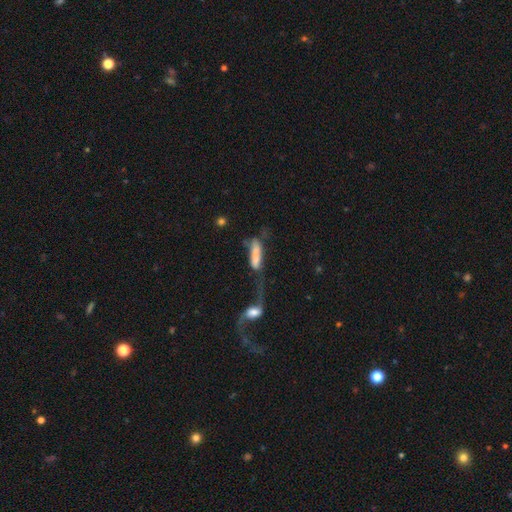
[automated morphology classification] smooth_or_featured: smooth (p=0.68) [alt: featured or disk p=0.24]
how_rounded: cigar-shaped (p=0.62) [alt: in between p=0.35]
merging: merger (p=0.49) [alt: major disturbance p=0.23]